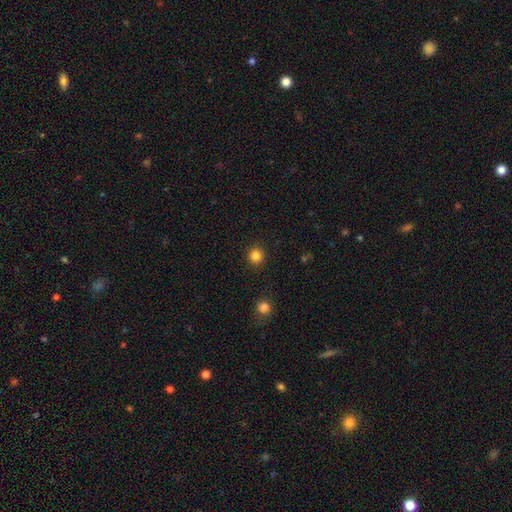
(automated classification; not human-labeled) Smooth or featured? Predicted: smooth (p=0.84). How rounded? Predicted: round (p=0.94). Merging? Predicted: none (p=0.92).